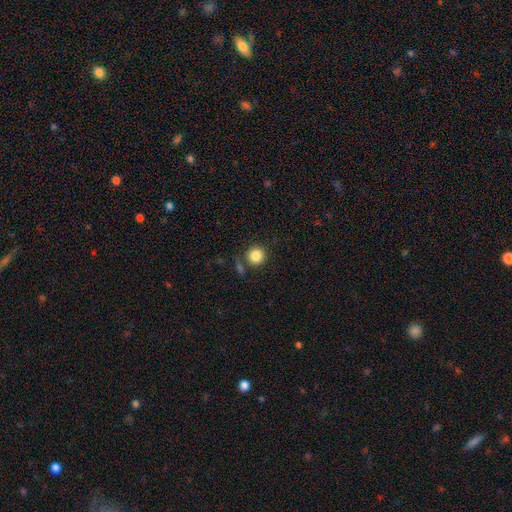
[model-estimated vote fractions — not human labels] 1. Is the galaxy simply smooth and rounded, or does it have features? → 85% smooth, 10% star or artifact, 5% featured or disk.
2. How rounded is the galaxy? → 94% round, 5% in between, 1% cigar-shaped.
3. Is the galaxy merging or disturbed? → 79% none, 9% minor disturbance, 8% merger, 4% major disturbance.